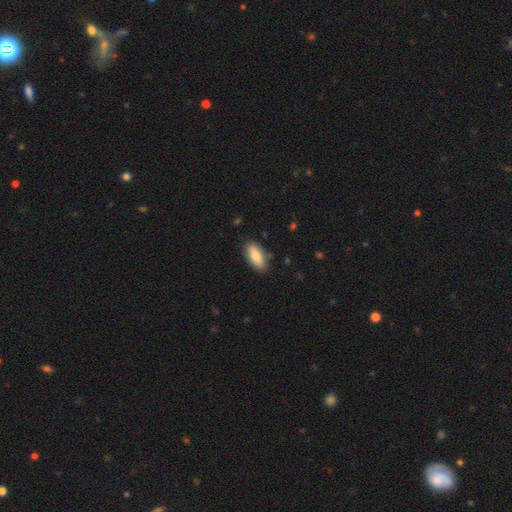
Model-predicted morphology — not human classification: smooth-or-featured: smooth: 76% | featured or disk: 18% | star or artifact: 6%
  how-rounded: in between: 84% | cigar-shaped: 14% | round: 3%
  merging: none: 85% | minor disturbance: 11% | major disturbance: 2% | merger: 2%